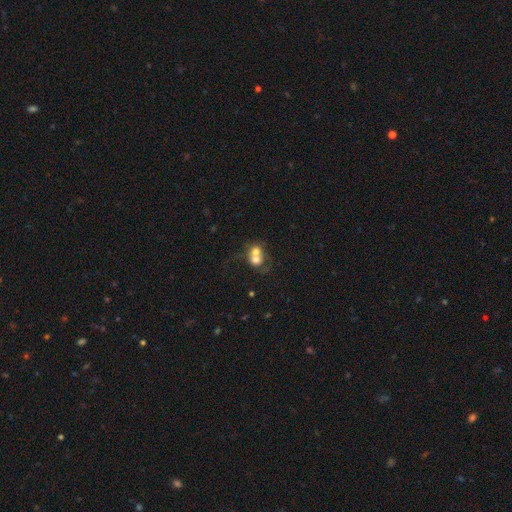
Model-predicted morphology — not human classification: Smooth or featured?
  - smooth: 64% *
  - featured or disk: 26%
  - star or artifact: 10%
How rounded?
  - round: 72% *
  - in between: 27%
  - cigar-shaped: 1%
Merging?
  - merger: 72% *
  - none: 19%
  - minor disturbance: 5%
  - major disturbance: 4%